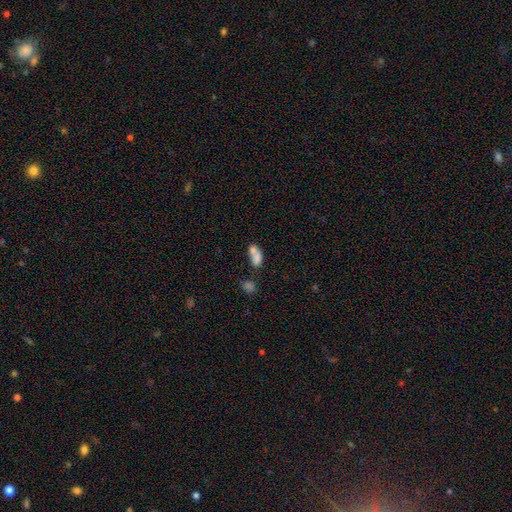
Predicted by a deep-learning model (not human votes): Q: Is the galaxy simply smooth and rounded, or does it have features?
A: smooth — 70%.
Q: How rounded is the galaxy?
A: in between — 78%.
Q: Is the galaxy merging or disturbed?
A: merger — 63%.